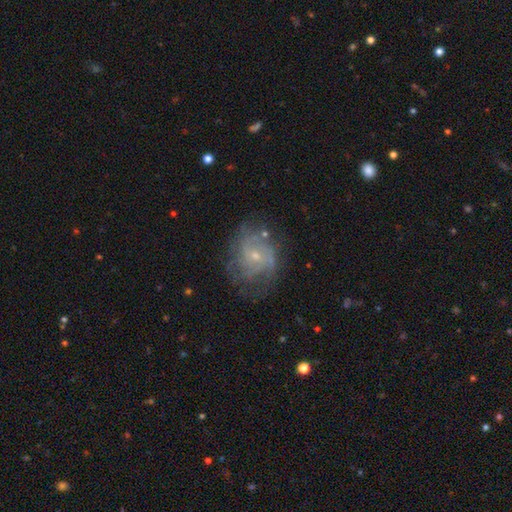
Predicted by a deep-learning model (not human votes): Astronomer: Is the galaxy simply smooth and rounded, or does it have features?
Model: featured or disk — 72%.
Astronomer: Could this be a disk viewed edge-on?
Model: no — 97%.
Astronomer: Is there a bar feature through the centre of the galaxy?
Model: no — 68%.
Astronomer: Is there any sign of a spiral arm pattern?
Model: yes — 80%.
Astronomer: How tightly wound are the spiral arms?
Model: tight — 41% (runner-up: medium, 40%).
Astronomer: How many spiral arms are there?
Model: can't tell — 46% (runner-up: 2, 22%).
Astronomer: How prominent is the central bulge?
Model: small — 74%.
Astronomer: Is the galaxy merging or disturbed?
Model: none — 59%.